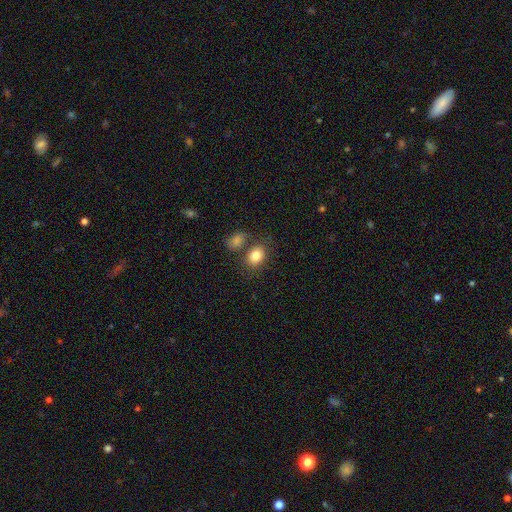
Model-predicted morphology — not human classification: type=smooth (82%); roundness=in between (61%); merging=none (63%).